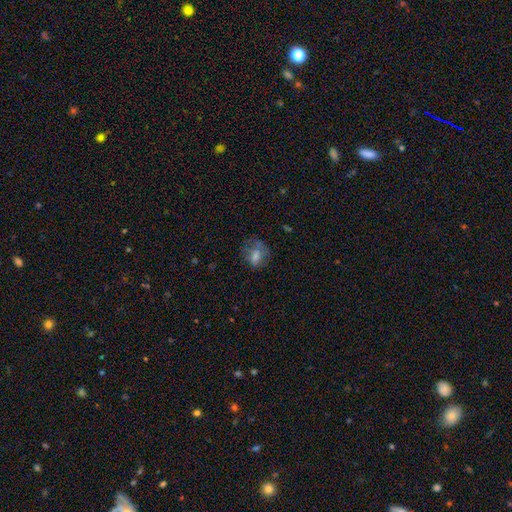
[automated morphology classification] A smooth galaxy with no disk features (50%) that is round (51%).

Vote fractions:
- Smooth or featured? smooth: 50% / featured or disk: 31% / star or artifact: 19%
- How rounded? round: 51% / in between: 47% / cigar-shaped: 2%
- Merging? none: 52% / minor disturbance: 23% / major disturbance: 22% / merger: 3%